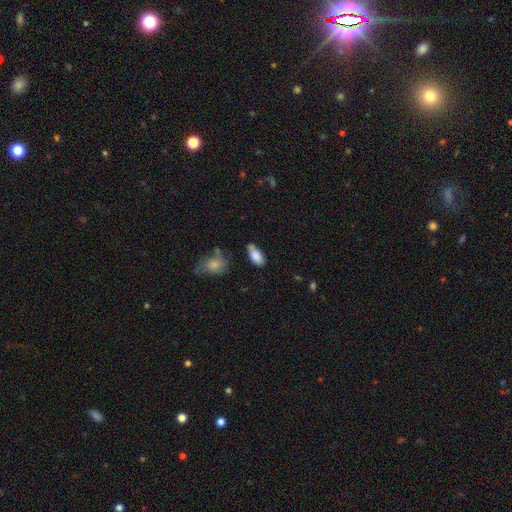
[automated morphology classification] Smooth or featured? smooth (85%)
How rounded? in between (91%)
Merging? none (57%)